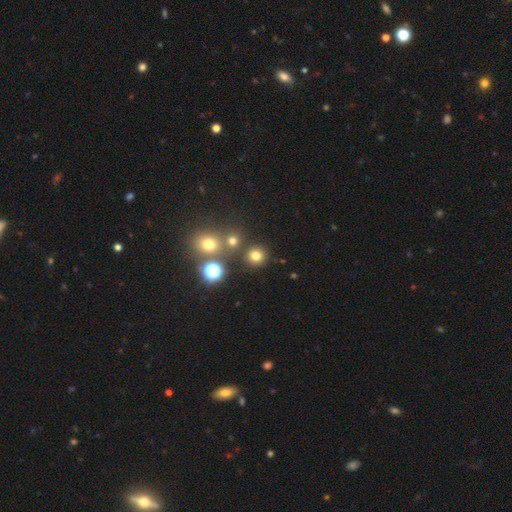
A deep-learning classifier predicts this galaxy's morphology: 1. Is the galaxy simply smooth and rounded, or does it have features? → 73% smooth, 21% star or artifact, 6% featured or disk.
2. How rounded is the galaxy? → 92% round, 7% in between, 1% cigar-shaped.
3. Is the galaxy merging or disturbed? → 82% none, 8% merger, 7% minor disturbance, 3% major disturbance.